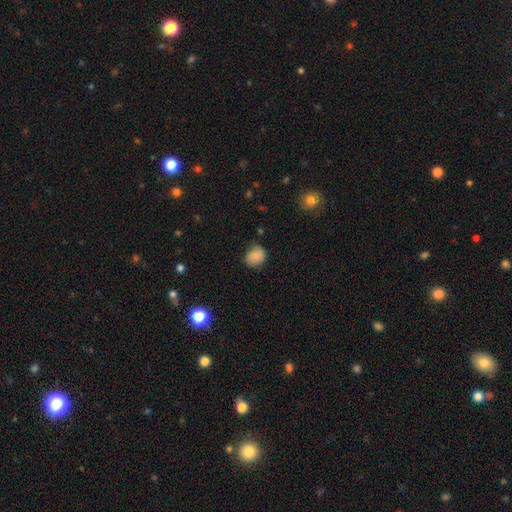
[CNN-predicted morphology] This appears to be a smooth galaxy with no disk features (85%) that is round (53%). Merging: none (70%).